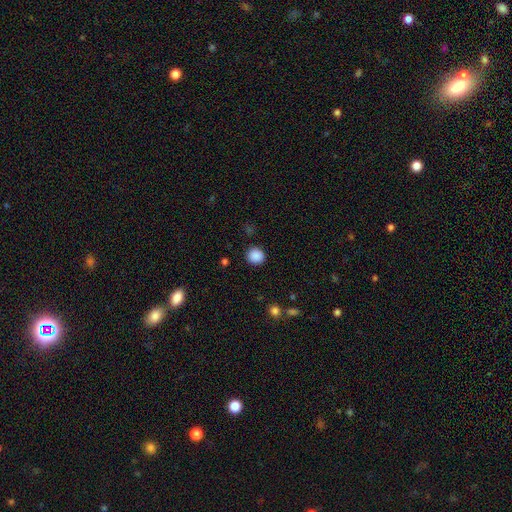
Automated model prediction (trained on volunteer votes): Smooth or featured?
  - smooth: 88% *
  - star or artifact: 10%
  - featured or disk: 3%
How rounded?
  - round: 90% *
  - in between: 9%
  - cigar-shaped: 1%
Merging?
  - none: 90% *
  - minor disturbance: 6%
  - major disturbance: 2%
  - merger: 1%